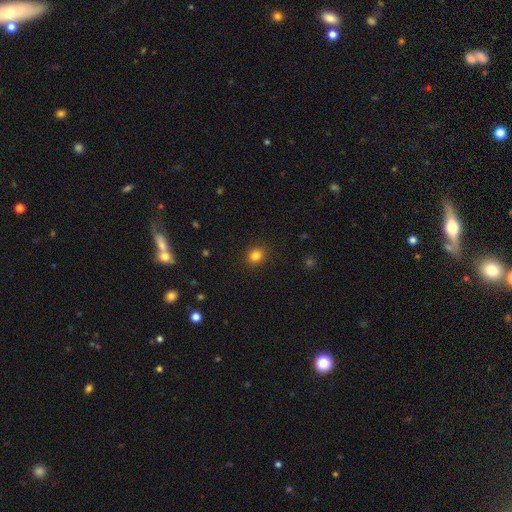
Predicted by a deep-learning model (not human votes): Smooth or featured? Predicted: smooth (p=0.83). How rounded? Predicted: round (p=0.69). Merging? Predicted: none (p=0.89).